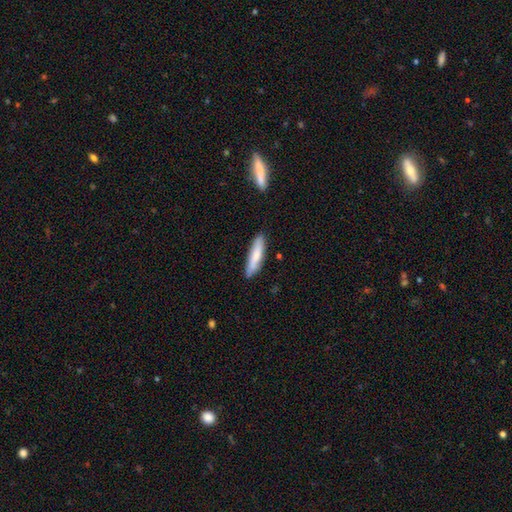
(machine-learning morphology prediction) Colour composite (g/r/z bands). It shows a smooth galaxy with no disk features (75%) that is cigar-shaped (79%). Merging: none (84%).